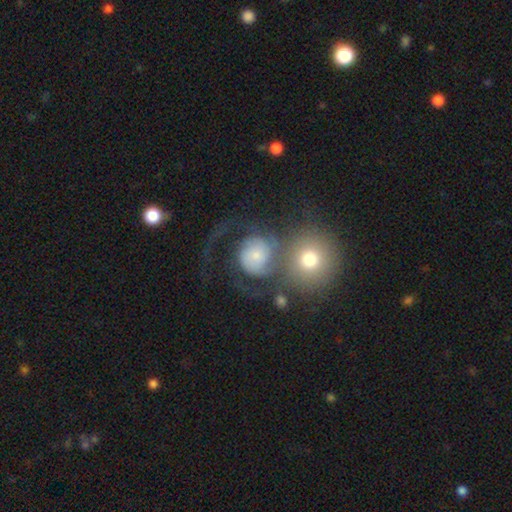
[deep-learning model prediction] smooth-or-featured: featured or disk: 54% | smooth: 37% | star or artifact: 10%
  disk-edge-on: no: 97% | yes: 3%
    bar: no: 73% | weak: 21% | strong: 5%
    has-spiral-arms: yes: 83% | no: 17%
    bulge-size: small: 51% | moderate: 30% | large: 8% | none: 7% | dominant: 4%
  merging: merger: 44% | none: 26% | major disturbance: 19% | minor disturbance: 11%